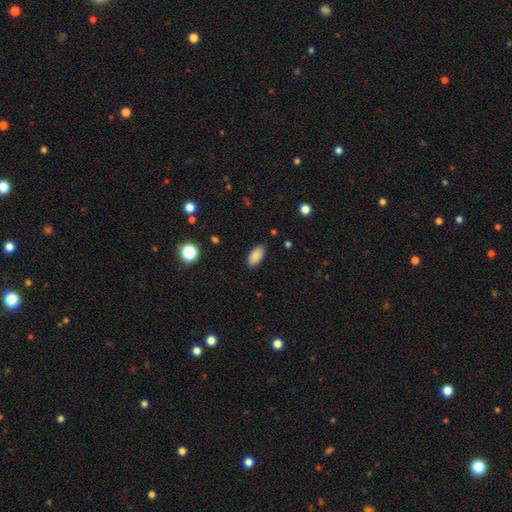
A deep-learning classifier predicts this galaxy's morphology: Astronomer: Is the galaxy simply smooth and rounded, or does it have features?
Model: smooth — 88%.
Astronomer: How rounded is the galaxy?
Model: in between — 92%.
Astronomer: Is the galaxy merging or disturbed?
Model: none — 88%.